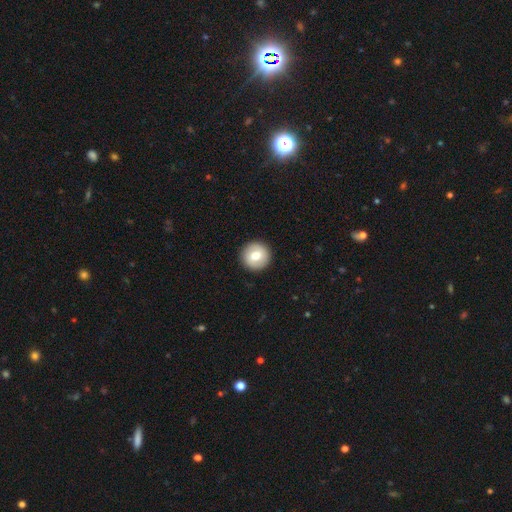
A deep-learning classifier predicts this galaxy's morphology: Overall: smooth (70%). How rounded: round (96%). Merging: none (92%).